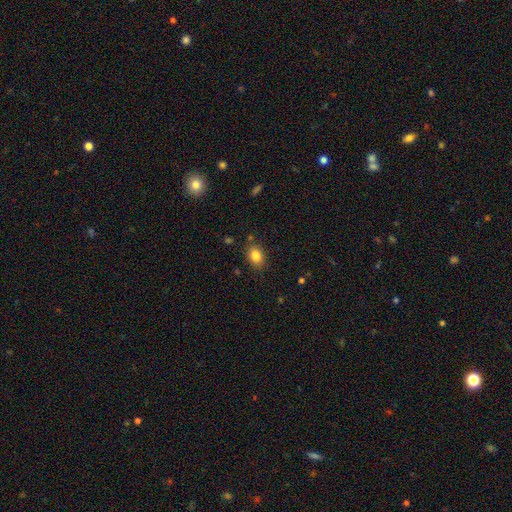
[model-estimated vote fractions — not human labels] The model was most divided on "how rounded": in between: 71%, round: 28%, cigar-shaped: 1%. More confident: smooth or featured — smooth (84%); merging — none (82%).